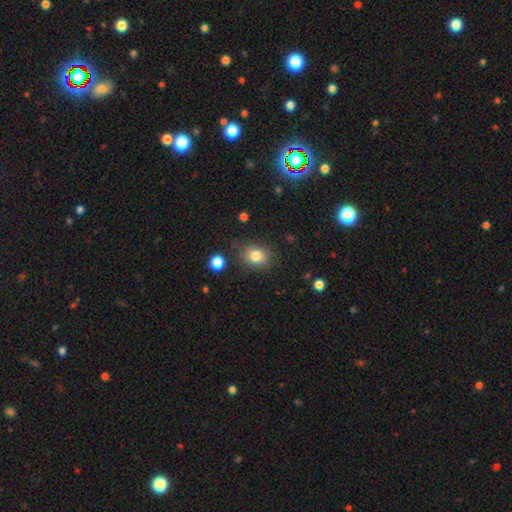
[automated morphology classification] smooth-or-featured: smooth: 83% | star or artifact: 10% | featured or disk: 7%
  how-rounded: round: 56% | in between: 43% | cigar-shaped: 1%
  merging: none: 81% | minor disturbance: 12% | major disturbance: 4% | merger: 3%